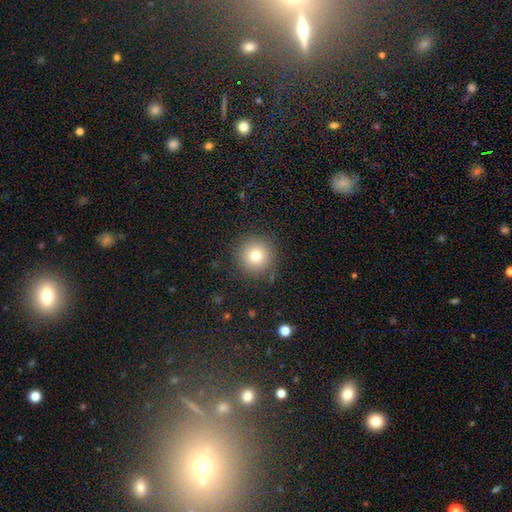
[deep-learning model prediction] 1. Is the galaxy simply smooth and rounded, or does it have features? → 77% smooth, 13% star or artifact, 11% featured or disk.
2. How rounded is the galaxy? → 95% round, 4% in between, 1% cigar-shaped.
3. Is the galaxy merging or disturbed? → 88% none, 8% minor disturbance, 3% major disturbance, 1% merger.